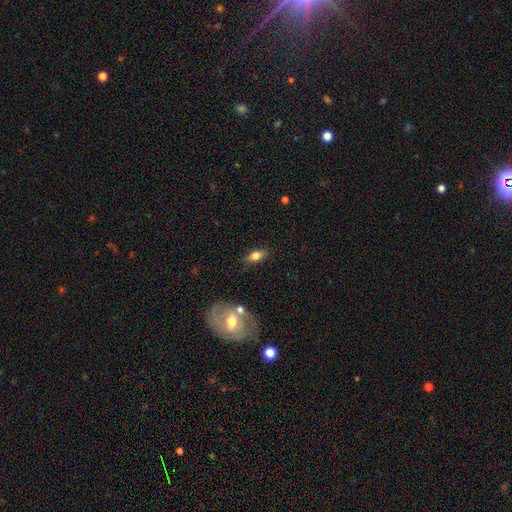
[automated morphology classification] Overall: smooth (70%). How rounded: in between (80%). Merging: none (79%).